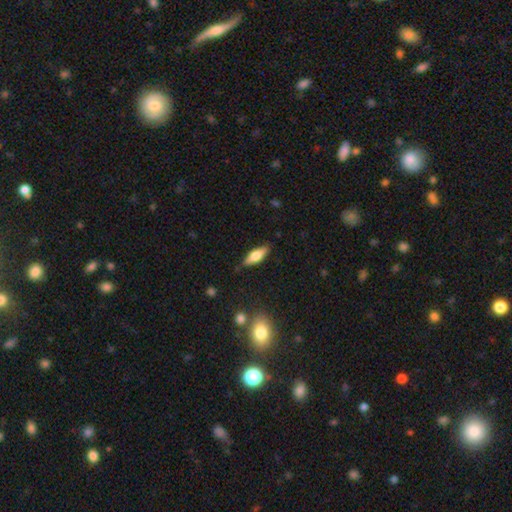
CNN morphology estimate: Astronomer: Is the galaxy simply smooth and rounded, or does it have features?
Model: smooth — 54% (runner-up: featured or disk, 39%).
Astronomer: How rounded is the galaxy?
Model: in between — 52% (runner-up: cigar-shaped, 45%).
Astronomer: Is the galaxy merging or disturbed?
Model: none — 83%.